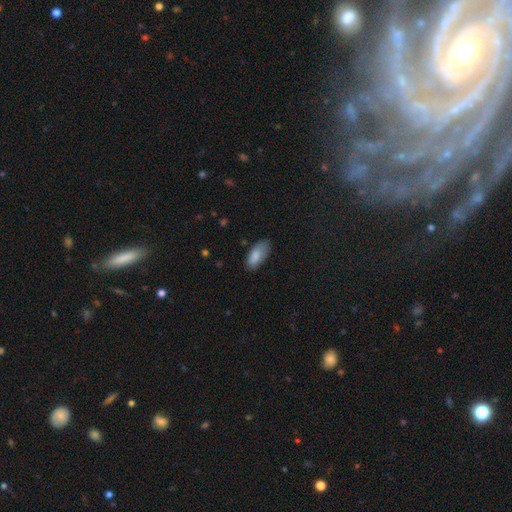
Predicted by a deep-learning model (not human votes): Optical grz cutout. It shows a smooth galaxy with no disk features (85%) that is in between round and cigar-shaped (89%). Merging: none (71%).